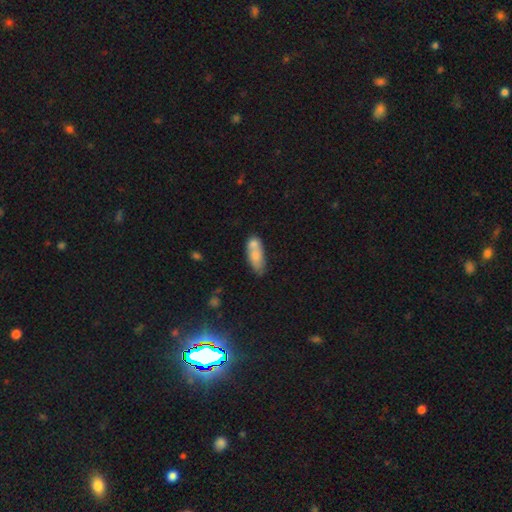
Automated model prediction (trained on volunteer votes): smooth 72%, featured or disk 21%, star or artifact 8%. Down the decision tree: how rounded — in between (75%); merging — none (40%).